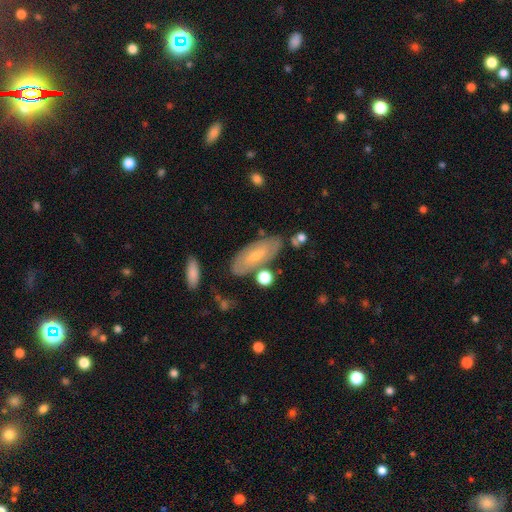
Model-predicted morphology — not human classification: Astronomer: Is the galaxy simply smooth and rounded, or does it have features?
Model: smooth — 49% (runner-up: featured or disk, 44%).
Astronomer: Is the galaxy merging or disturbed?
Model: none — 72%.